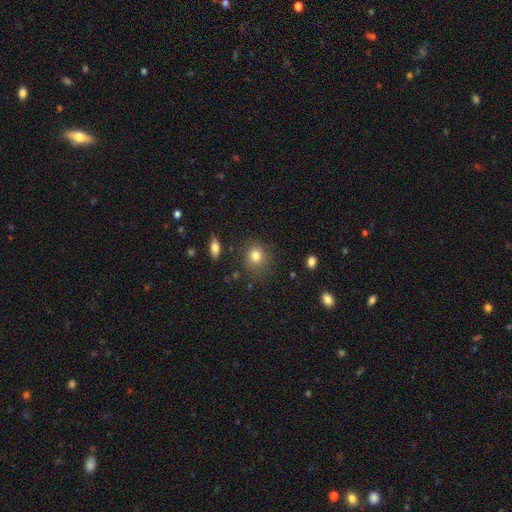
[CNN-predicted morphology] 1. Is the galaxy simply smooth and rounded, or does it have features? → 80% smooth, 11% star or artifact, 8% featured or disk.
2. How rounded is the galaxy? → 79% round, 20% in between, 1% cigar-shaped.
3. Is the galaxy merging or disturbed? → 82% none, 12% minor disturbance, 4% major disturbance, 2% merger.